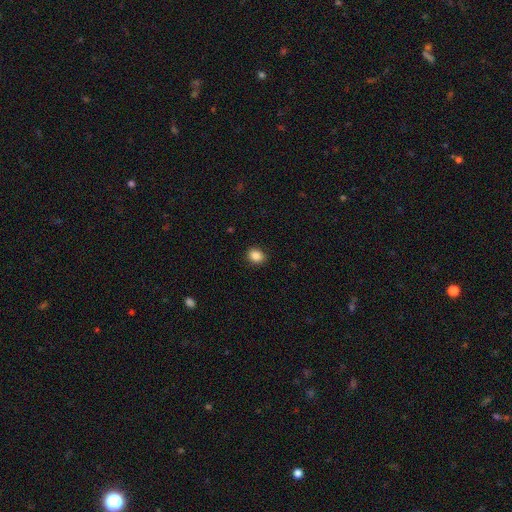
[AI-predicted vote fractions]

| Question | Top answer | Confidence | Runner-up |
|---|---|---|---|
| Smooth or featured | smooth | 87% | star or artifact (9%) |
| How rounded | round | 55% | in between (44%) |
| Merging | none | 90% | minor disturbance (7%) |